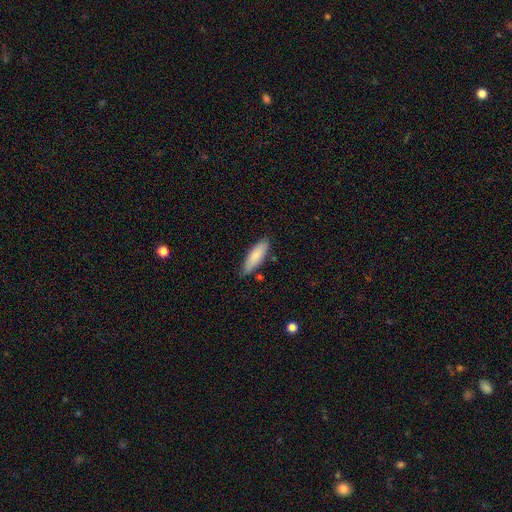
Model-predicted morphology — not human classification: Smooth or featured? Predicted: smooth (p=0.83). How rounded? Predicted: in between (p=0.53). Merging? Predicted: none (p=0.76).